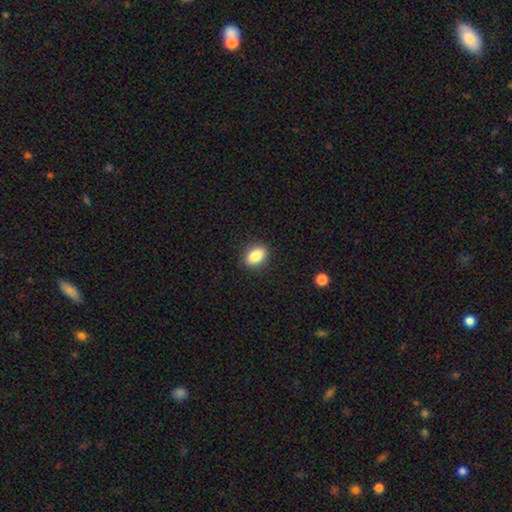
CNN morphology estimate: Smooth or featured? Predicted: smooth (p=0.85). How rounded? Predicted: in between (p=0.81). Merging? Predicted: none (p=0.89).